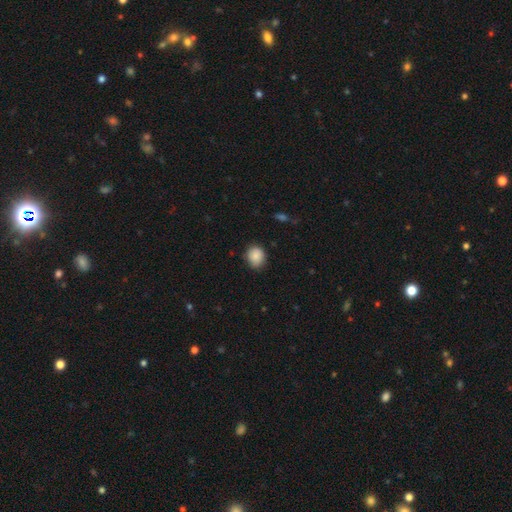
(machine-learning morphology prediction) Smooth or featured?
  - smooth: 88% *
  - star or artifact: 8%
  - featured or disk: 5%
How rounded?
  - round: 64% *
  - in between: 35%
  - cigar-shaped: 1%
Merging?
  - none: 76% *
  - minor disturbance: 19%
  - major disturbance: 3%
  - merger: 1%